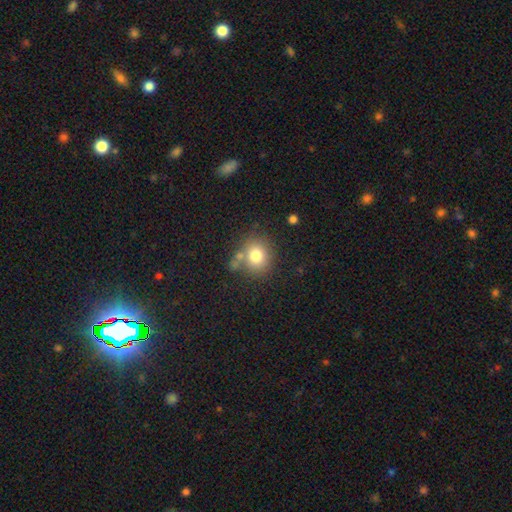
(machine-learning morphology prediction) The model was most divided on "merging": none: 63%, merger: 15%, minor disturbance: 15%, major disturbance: 6%. More confident: smooth or featured — smooth (78%); how rounded — round (74%).